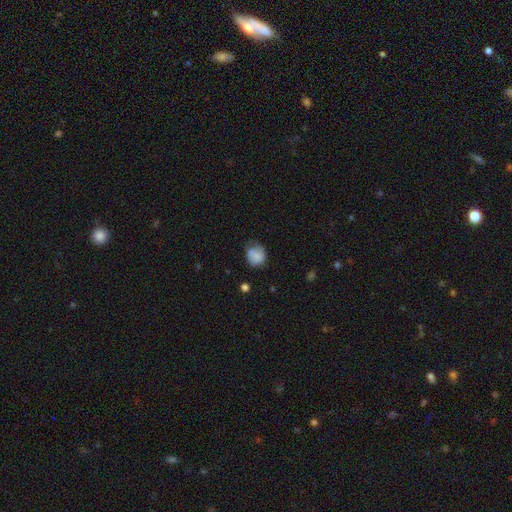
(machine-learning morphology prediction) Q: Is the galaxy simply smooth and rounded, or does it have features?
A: smooth — 75%.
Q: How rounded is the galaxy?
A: round — 67%.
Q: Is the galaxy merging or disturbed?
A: none — 52%.